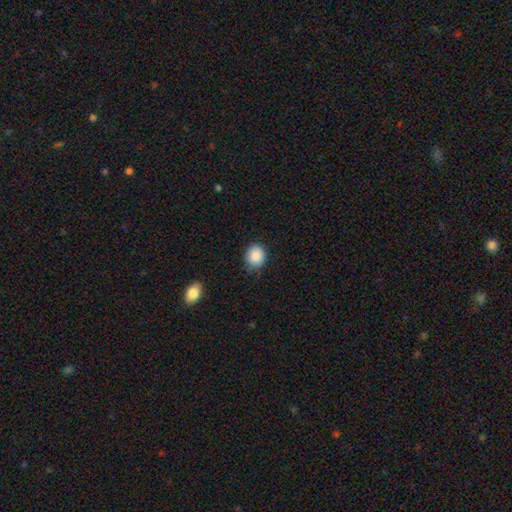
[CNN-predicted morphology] Smooth or featured? Predicted: smooth (p=0.88). How rounded? Predicted: round (p=0.76). Merging? Predicted: none (p=0.77).